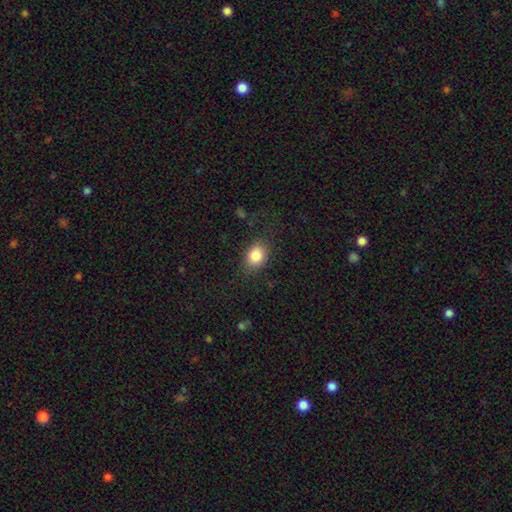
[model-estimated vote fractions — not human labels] This appears to be a smooth galaxy with no disk features (84%) that is in between round and cigar-shaped (64%). Merging: none (77%).